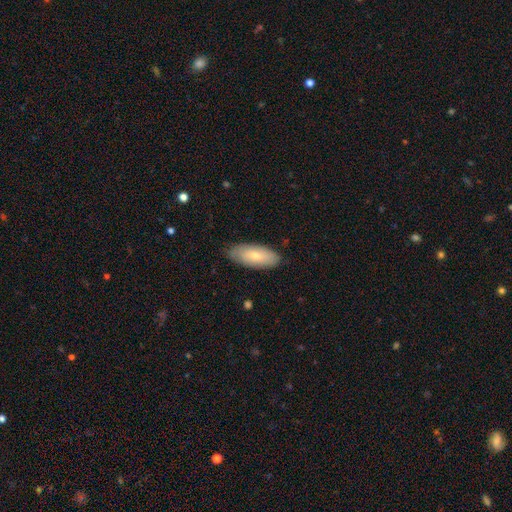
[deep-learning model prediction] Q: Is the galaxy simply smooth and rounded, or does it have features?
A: smooth — 70%.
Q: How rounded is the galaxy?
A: in between — 85%.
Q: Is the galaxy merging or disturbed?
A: none — 82%.